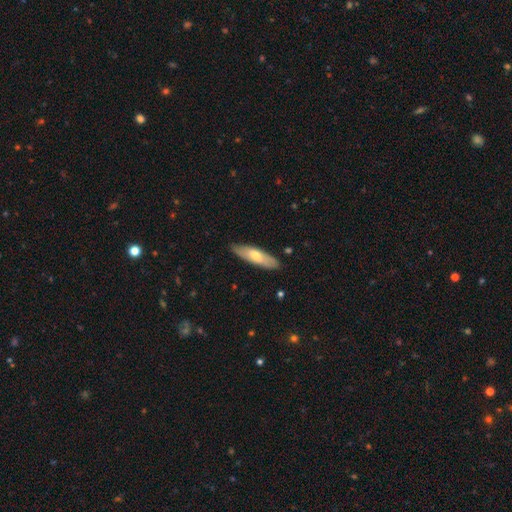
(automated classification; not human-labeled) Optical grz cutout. It shows a smooth galaxy with no disk features (61%) that is cigar-shaped (56%). Merging: none (84%).